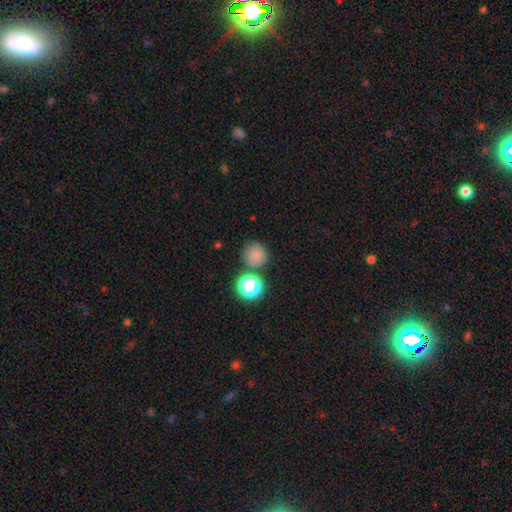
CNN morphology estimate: A smooth galaxy with no disk features (76%) that is round (90%). Merging: none (71%).